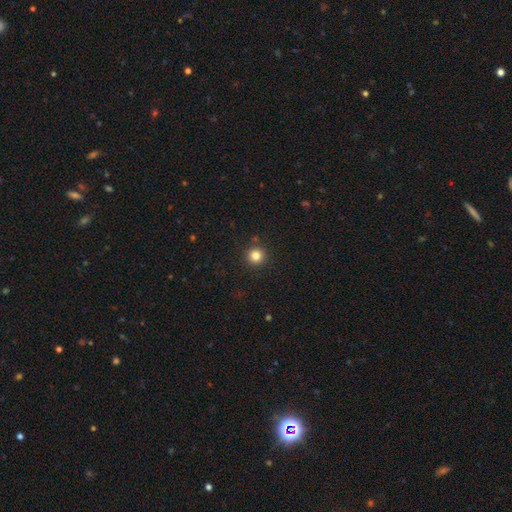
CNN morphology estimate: This is clearly a smooth galaxy (83%). How rounded: clearly round (96%). Merging: clearly none (92%).